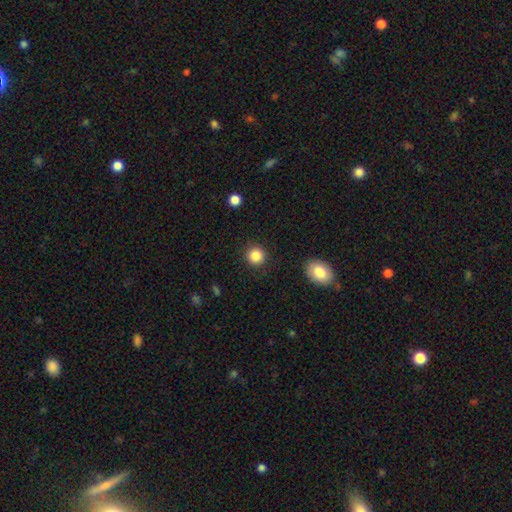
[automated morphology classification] smooth_or_featured: smooth (p=0.86) [alt: star or artifact p=0.10]
how_rounded: round (p=0.93) [alt: in between p=0.06]
merging: none (p=0.90) [alt: minor disturbance p=0.06]